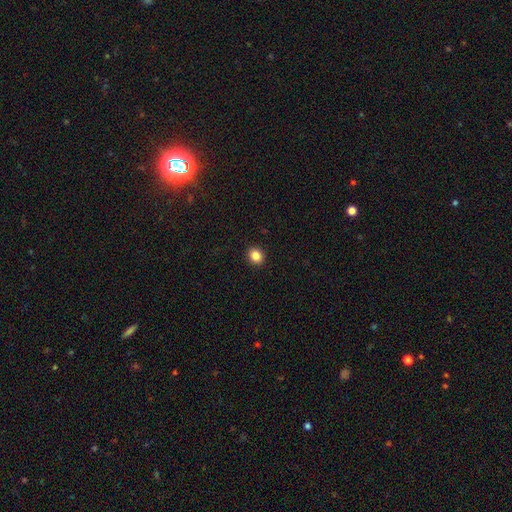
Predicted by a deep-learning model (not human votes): Smooth or featured: smooth — 85% (star or artifact — 10%)
How rounded: round — 70% (in between — 29%)
Merging: none — 92% (minor disturbance — 5%)